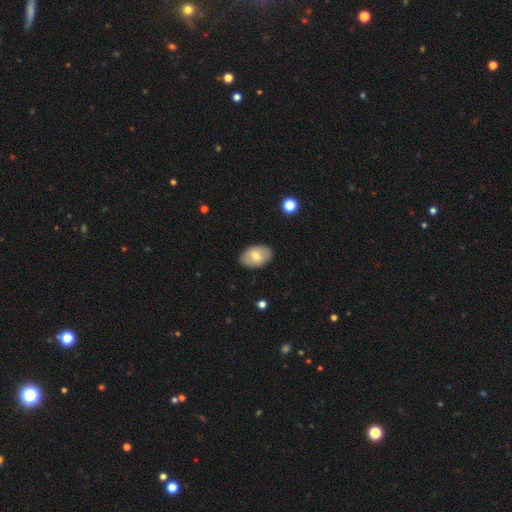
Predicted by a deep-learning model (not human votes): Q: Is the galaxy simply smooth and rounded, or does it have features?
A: smooth — 65%.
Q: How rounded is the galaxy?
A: in between — 88%.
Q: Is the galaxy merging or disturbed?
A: none — 87%.